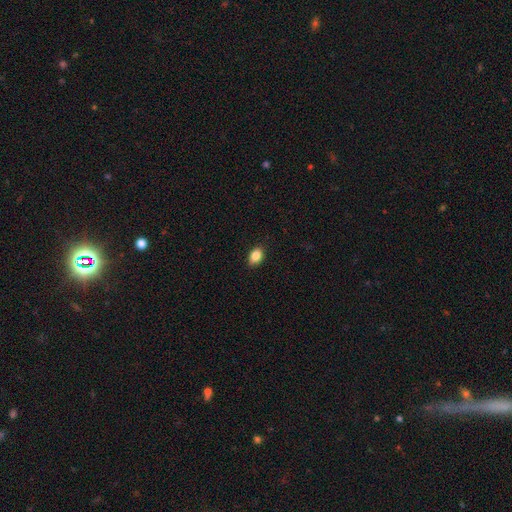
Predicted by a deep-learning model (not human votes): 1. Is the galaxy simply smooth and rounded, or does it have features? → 86% smooth, 9% star or artifact, 5% featured or disk.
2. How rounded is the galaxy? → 80% in between, 19% round, 1% cigar-shaped.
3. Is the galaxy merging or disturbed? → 88% none, 9% minor disturbance, 2% major disturbance, 1% merger.